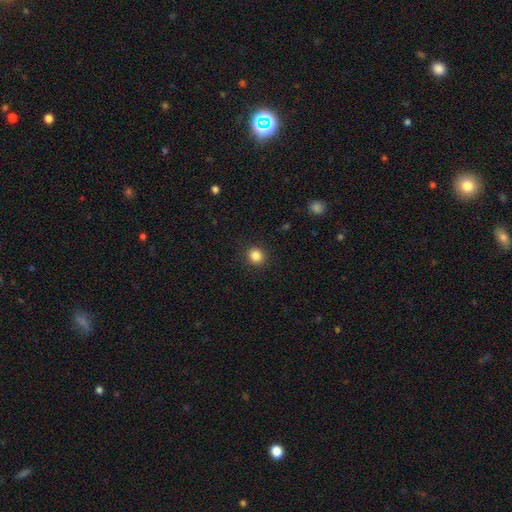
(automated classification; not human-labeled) Morphology: type=smooth (86%); roundness=round (85%); merging=none (91%).